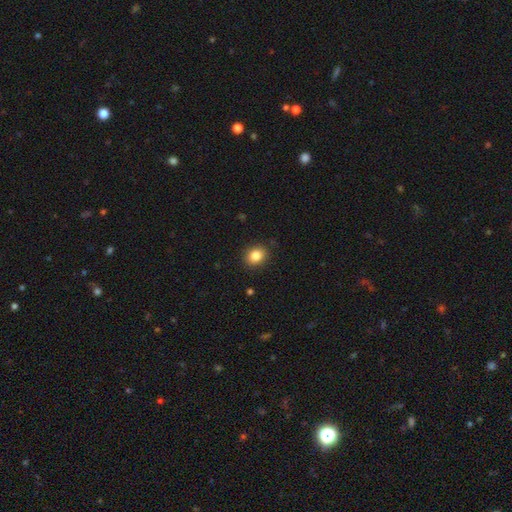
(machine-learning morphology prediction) This appears to be a smooth galaxy with no disk features (85%) that is round (54%). Merging: none (88%).